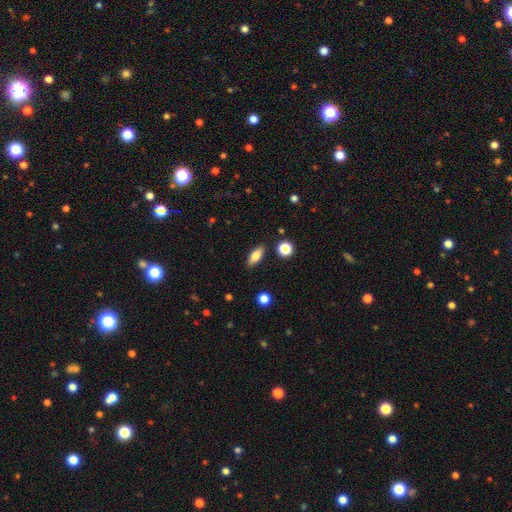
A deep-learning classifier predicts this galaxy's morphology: smooth_or_featured: smooth (p=0.75) [alt: featured or disk p=0.17]
how_rounded: in between (p=0.74) [alt: cigar-shaped p=0.22]
merging: none (p=0.86) [alt: minor disturbance p=0.10]